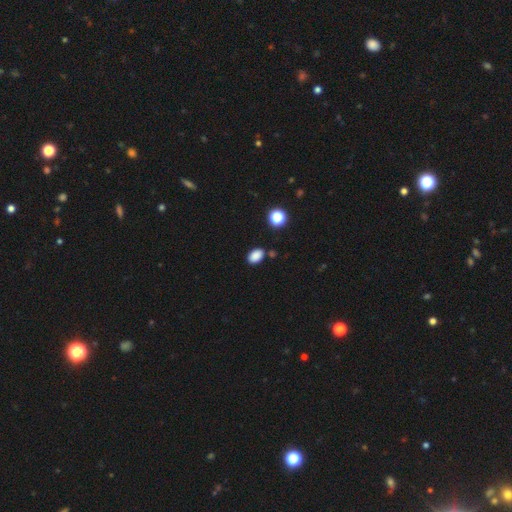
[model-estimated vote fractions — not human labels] smooth_or_featured: smooth (p=0.86) [alt: star or artifact p=0.11]
how_rounded: in between (p=0.83) [alt: round p=0.16]
merging: none (p=0.83) [alt: minor disturbance p=0.11]